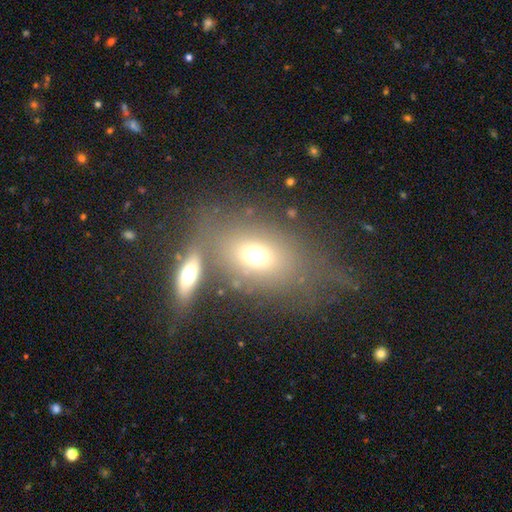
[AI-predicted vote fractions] A smooth galaxy with no disk features (65%) that is in between round and cigar-shaped (70%).

Vote fractions:
- Smooth or featured? smooth: 65% / featured or disk: 21% / star or artifact: 14%
- How rounded? in between: 70% / round: 27% / cigar-shaped: 3%
- Merging? none: 46% / merger: 29% / minor disturbance: 13% / major disturbance: 12%